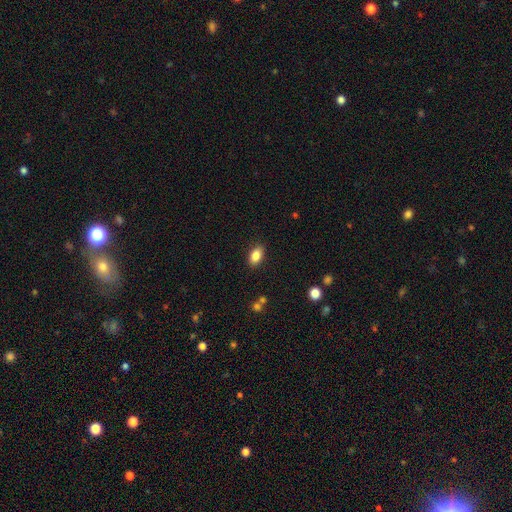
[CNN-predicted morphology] Smooth or featured: smooth — 84% (star or artifact — 9%)
How rounded: in between — 89% (round — 8%)
Merging: none — 87% (minor disturbance — 9%)